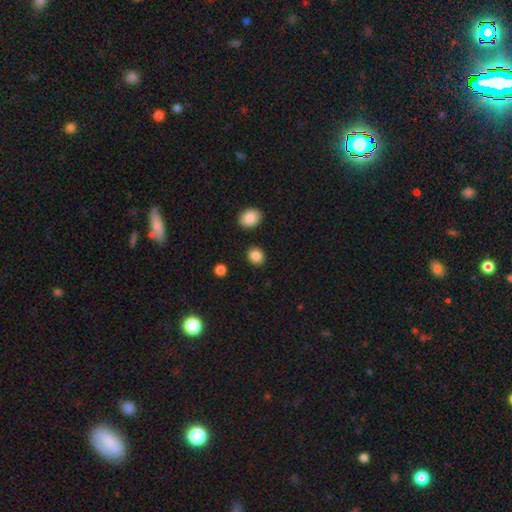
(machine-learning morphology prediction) smooth 86%, star or artifact 10%, featured or disk 4%. Down the decision tree: how rounded — round (73%); merging — none (89%).